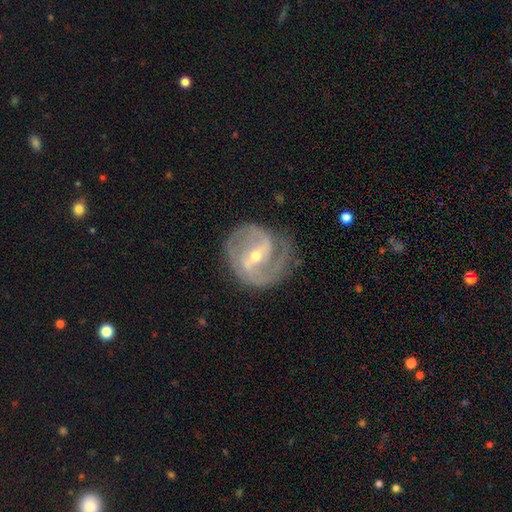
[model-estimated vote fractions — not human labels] Overall: featured or disk (88%). Edge-on disk: no (97%). Bar: strong (46%; weak 39%). Spiral arms: yes (95%). Spiral arm count: 2 (75%). Spiral winding: medium (48%; tight 37%). Bulge size: small (56%; moderate 41%). Merging: none (72%).